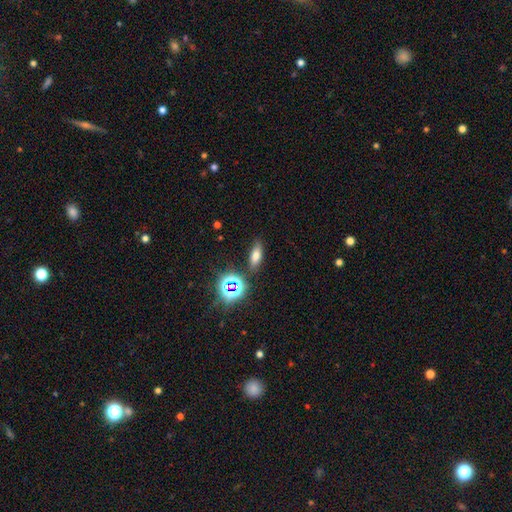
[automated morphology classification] smooth-or-featured: smooth: 66% | star or artifact: 20% | featured or disk: 14%
  how-rounded: in between: 67% | cigar-shaped: 25% | round: 9%
  merging: none: 83% | minor disturbance: 11% | major disturbance: 3% | merger: 3%